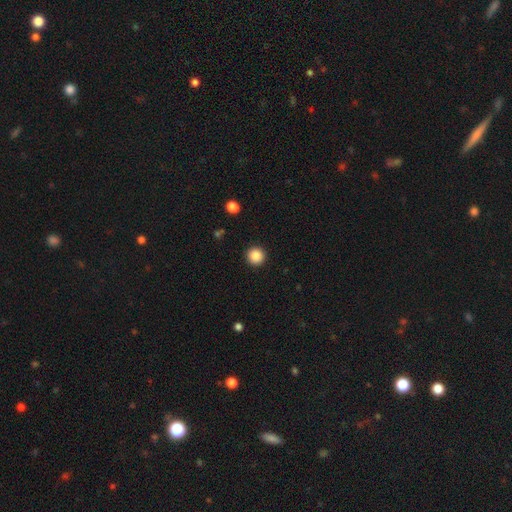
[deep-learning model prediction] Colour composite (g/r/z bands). It shows a smooth galaxy with no disk features (88%) that is round (96%). Merging: none (93%).